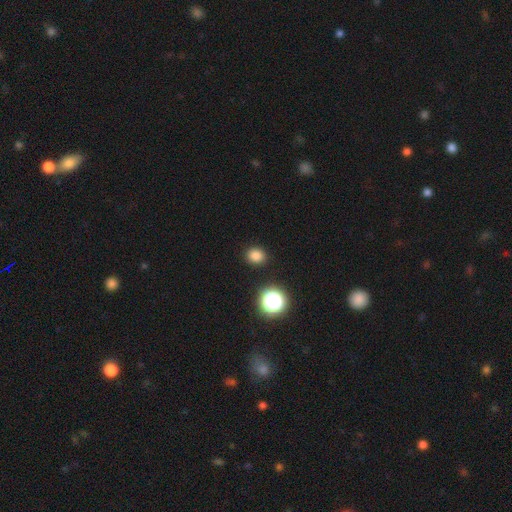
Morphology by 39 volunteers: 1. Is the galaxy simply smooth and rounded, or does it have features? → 87% smooth, 10% star or artifact, 3% featured or disk.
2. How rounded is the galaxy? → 76% round, 24% in between, 0% cigar-shaped.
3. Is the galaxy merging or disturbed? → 89% none, 9% minor disturbance, 3% merger, 0% major disturbance.